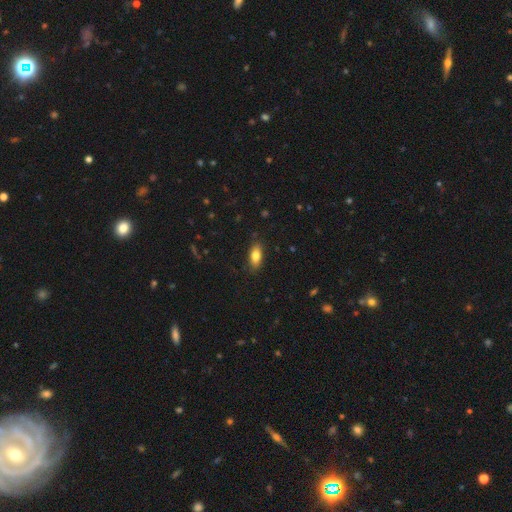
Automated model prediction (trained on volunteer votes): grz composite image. It shows a smooth galaxy with no disk features (81%) that is in between round and cigar-shaped (84%). Merging: none (85%).